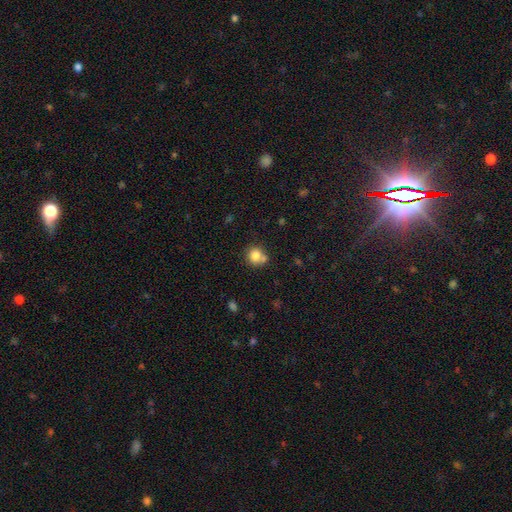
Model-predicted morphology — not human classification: A smooth galaxy with no disk features (80%) that is round (86%). Merging: none (60%).